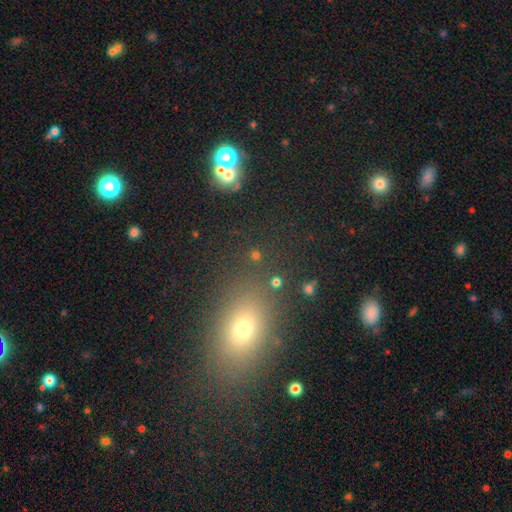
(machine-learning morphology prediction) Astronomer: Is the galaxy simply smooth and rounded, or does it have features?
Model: smooth — 58%.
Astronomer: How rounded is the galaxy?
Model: in between — 51% (runner-up: round, 45%).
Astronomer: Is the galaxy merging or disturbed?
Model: none — 78%.